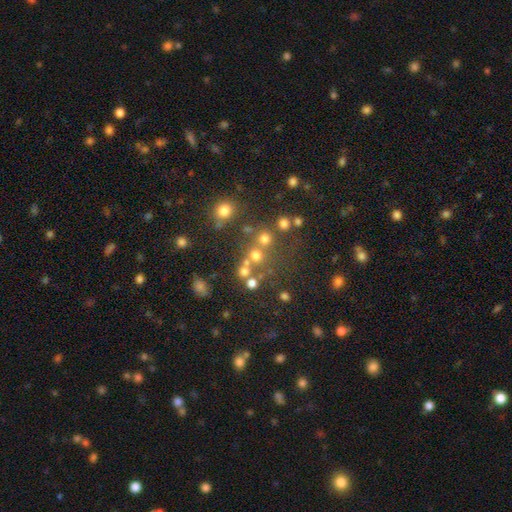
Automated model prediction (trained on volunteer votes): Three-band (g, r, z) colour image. It shows a smooth galaxy with no disk features (58%) that is round (86%). Merging: none (58%).